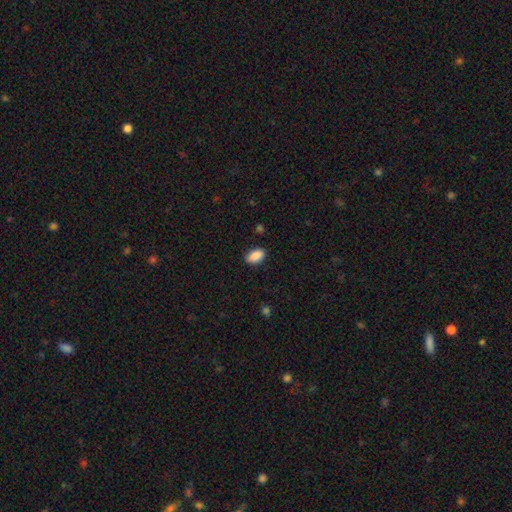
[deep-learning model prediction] The model was most divided on "merging": none: 87%, minor disturbance: 10%, major disturbance: 2%, merger: 1%. More confident: how rounded — in between (92%); smooth or featured — smooth (89%).